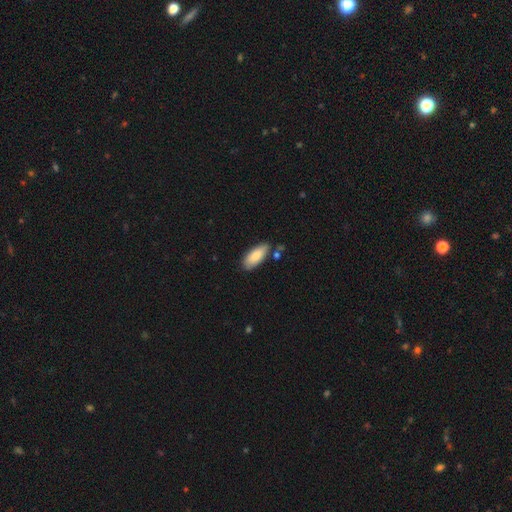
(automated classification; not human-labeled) Smooth or featured? smooth (84%)
How rounded? in between (83%)
Merging? none (76%)